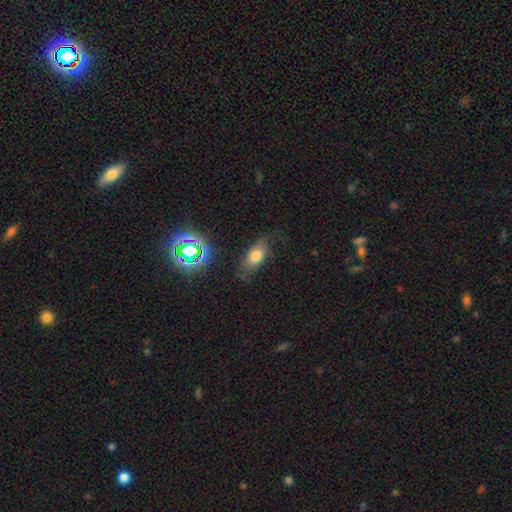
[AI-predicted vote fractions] smooth-or-featured: smooth: 68% | featured or disk: 18% | star or artifact: 14%
  how-rounded: in between: 82% | cigar-shaped: 10% | round: 8%
  merging: none: 67% | minor disturbance: 22% | major disturbance: 9% | merger: 2%